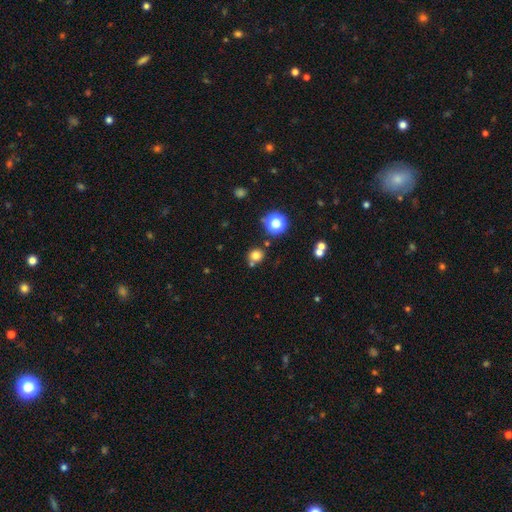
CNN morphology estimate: smooth-or-featured: smooth: 76% | star or artifact: 17% | featured or disk: 7%
  how-rounded: round: 82% | in between: 17% | cigar-shaped: 1%
  merging: none: 71% | merger: 15% | minor disturbance: 11% | major disturbance: 3%